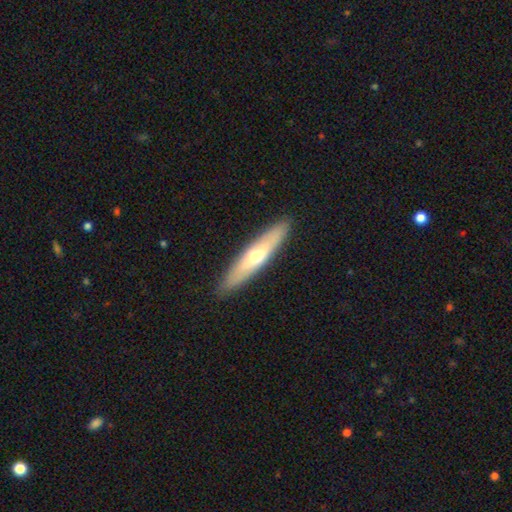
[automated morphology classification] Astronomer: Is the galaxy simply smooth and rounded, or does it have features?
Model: featured or disk — 48% (runner-up: smooth, 47%).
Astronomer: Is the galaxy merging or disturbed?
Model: none — 90%.